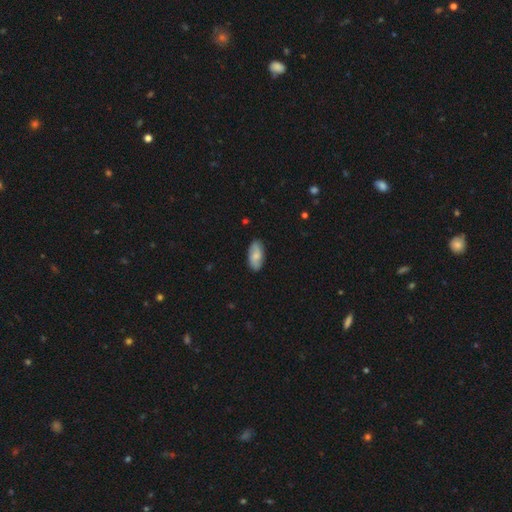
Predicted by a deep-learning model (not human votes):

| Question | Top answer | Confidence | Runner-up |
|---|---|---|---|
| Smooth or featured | smooth | 70% | featured or disk (24%) |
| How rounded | in between | 92% | cigar-shaped (5%) |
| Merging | none | 86% | minor disturbance (11%) |